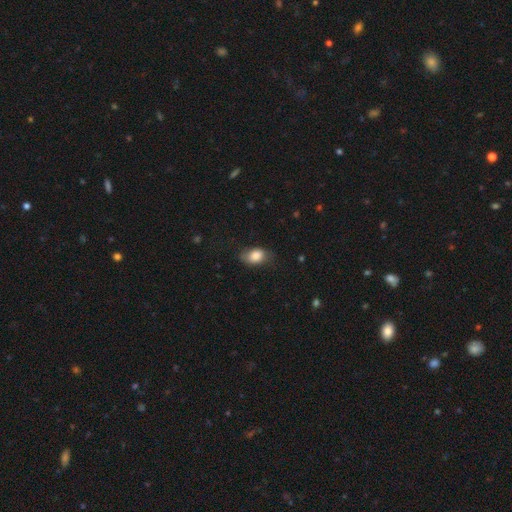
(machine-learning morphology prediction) A smooth galaxy with no disk features (83%) that is in between round and cigar-shaped (82%).

Vote fractions:
- Smooth or featured? smooth: 83% / featured or disk: 9% / star or artifact: 8%
- How rounded? in between: 82% / round: 16% / cigar-shaped: 2%
- Merging? none: 69% / minor disturbance: 24% / major disturbance: 7% / merger: 1%